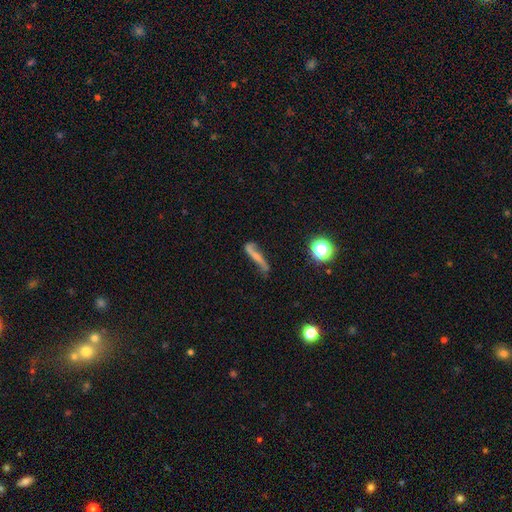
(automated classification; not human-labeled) Overall: featured or disk (56%; smooth 34%). Edge-on disk: no (62%; yes 38%). Merging: none (50%; minor disturbance 27%).